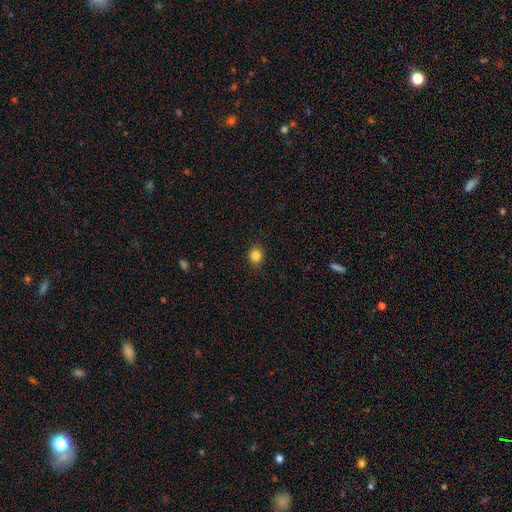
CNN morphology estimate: Smooth or featured?
  - smooth: 84% *
  - star or artifact: 11%
  - featured or disk: 5%
How rounded?
  - round: 78% *
  - in between: 21%
  - cigar-shaped: 1%
Merging?
  - none: 90% *
  - minor disturbance: 7%
  - major disturbance: 2%
  - merger: 1%